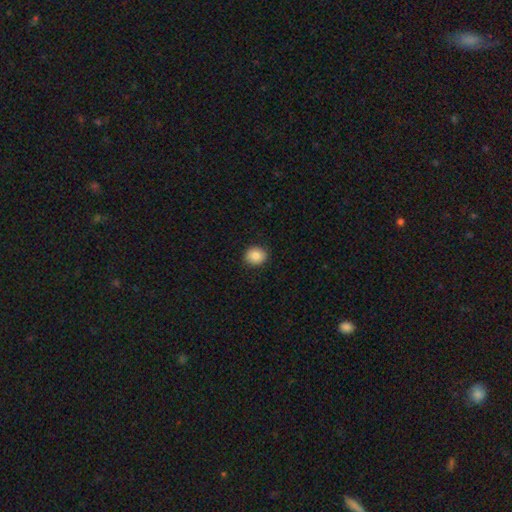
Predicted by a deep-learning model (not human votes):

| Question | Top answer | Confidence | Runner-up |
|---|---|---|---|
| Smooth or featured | smooth | 85% | star or artifact (8%) |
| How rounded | round | 71% | in between (28%) |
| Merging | none | 90% | minor disturbance (7%) |